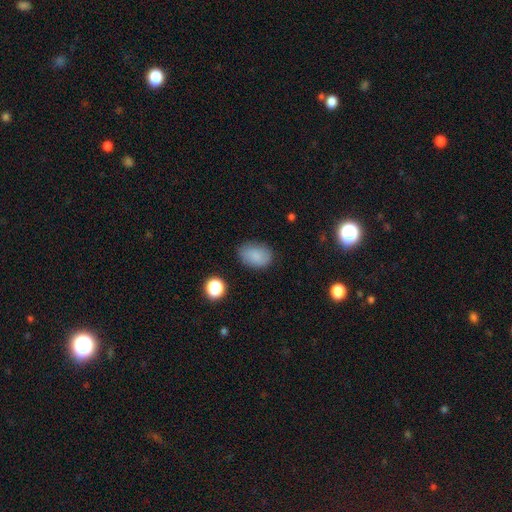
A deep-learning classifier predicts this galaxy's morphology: A smooth galaxy with no disk features (84%) that is in between round and cigar-shaped (76%).

Vote fractions:
- Smooth or featured? smooth: 84% / star or artifact: 9% / featured or disk: 7%
- How rounded? in between: 76% / round: 23% / cigar-shaped: 1%
- Merging? none: 76% / minor disturbance: 18% / major disturbance: 4% / merger: 2%